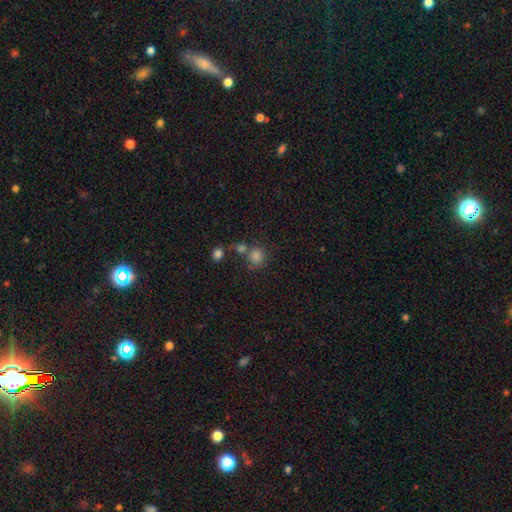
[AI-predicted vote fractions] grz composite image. It shows a smooth galaxy with no disk features (78%) that is round (84%). Merging: none (62%).